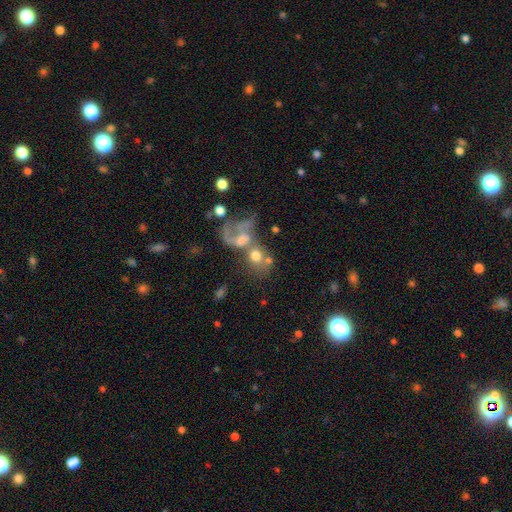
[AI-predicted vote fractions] Morphology: type=smooth (52%); roundness=round (52%); merging=merger (56%).